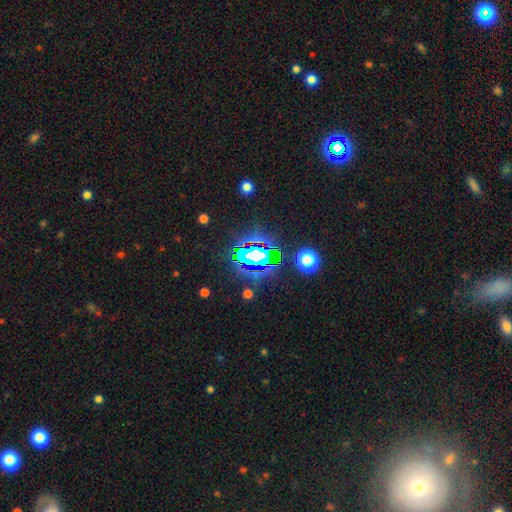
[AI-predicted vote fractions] The model was most divided on "smooth or featured": star or artifact: 68%, smooth: 18%, featured or disk: 14%.